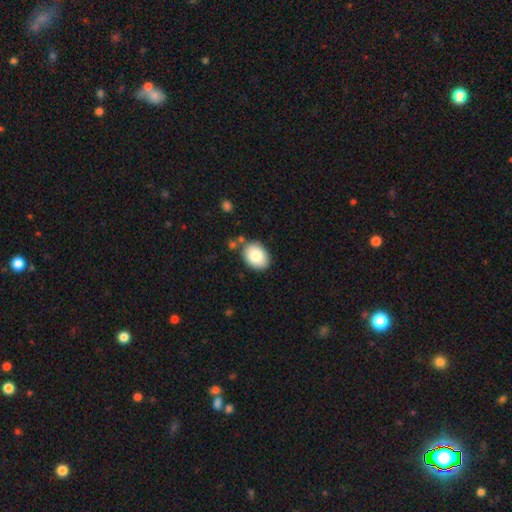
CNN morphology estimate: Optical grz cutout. It shows a smooth galaxy with no disk features (83%) that is in between round and cigar-shaped (74%). Merging: none (78%).